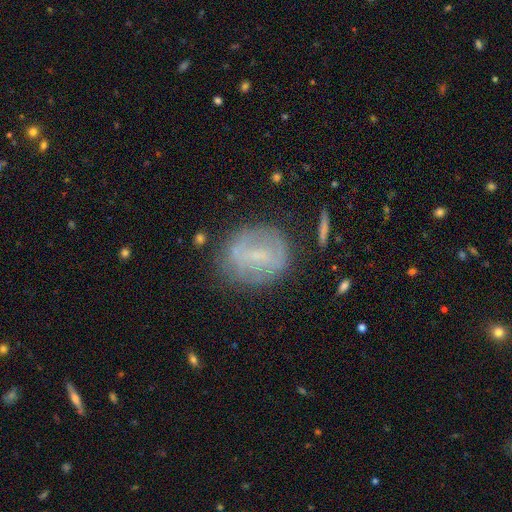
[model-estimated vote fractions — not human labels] This appears to be a featured or disk galaxy (53%) with a weak bar (48%), no spiral arms (50%, tied with yes) and a small central bulge (55%). Merging: none (71%).